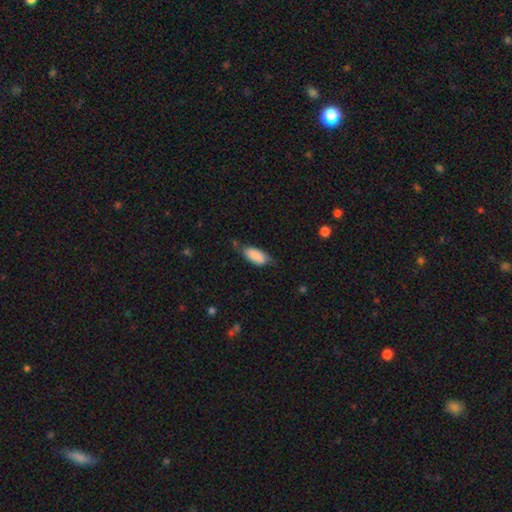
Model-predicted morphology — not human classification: This appears to be a smooth galaxy with no disk features (84%) that is in between round and cigar-shaped (89%). Merging: none (55%).